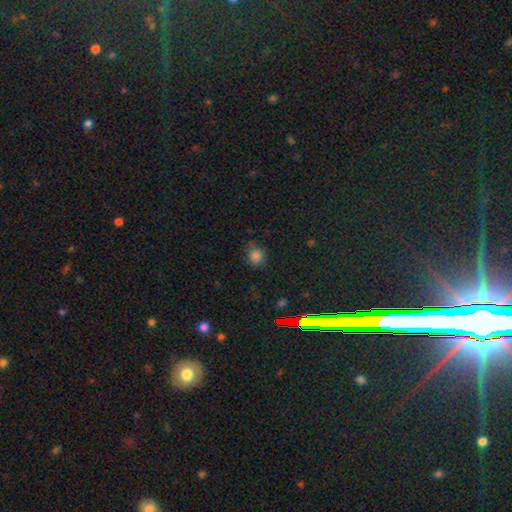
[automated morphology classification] A smooth galaxy with no disk features (79%) that is round (83%). Merging: none (74%).